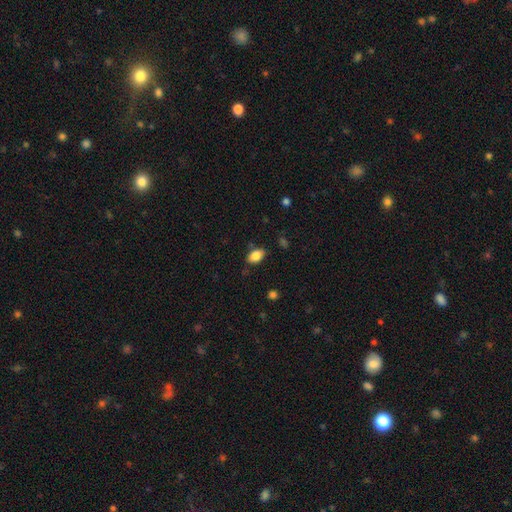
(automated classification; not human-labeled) smooth_or_featured: smooth (p=0.85) [alt: star or artifact p=0.08]
how_rounded: in between (p=0.89) [alt: round p=0.10]
merging: none (p=0.80) [alt: minor disturbance p=0.14]